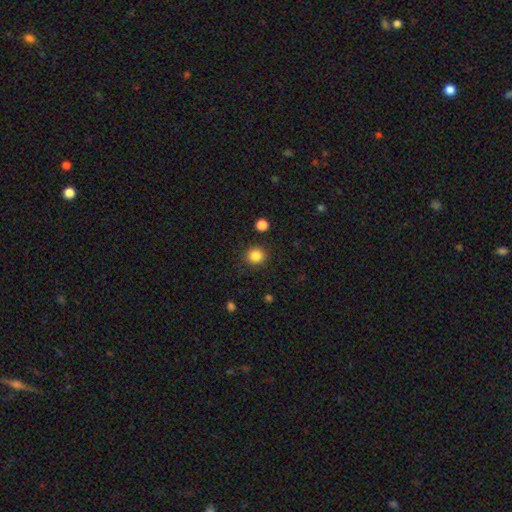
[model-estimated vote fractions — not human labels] Overall: smooth (85%). How rounded: round (91%). Merging: none (89%).